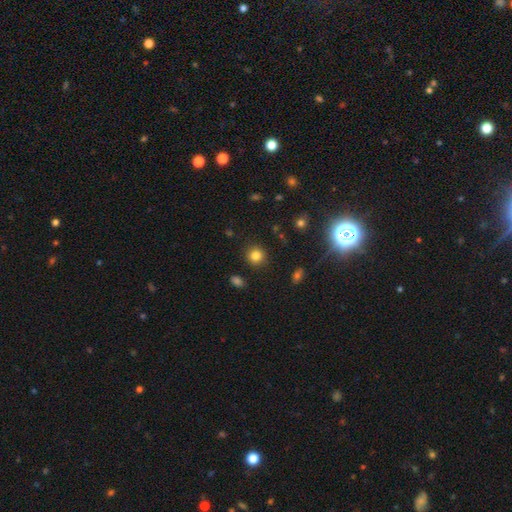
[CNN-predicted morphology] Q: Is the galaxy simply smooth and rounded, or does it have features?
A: smooth — 82%.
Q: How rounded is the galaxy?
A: round — 89%.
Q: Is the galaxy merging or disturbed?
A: none — 89%.